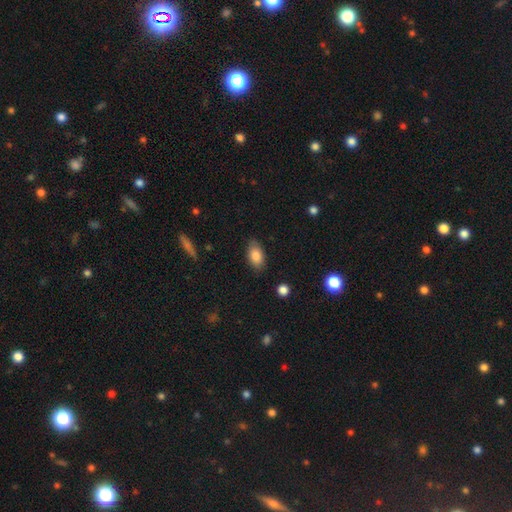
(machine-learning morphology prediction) Q: Smooth or featured?
A: smooth (84%); runner-up: featured or disk (8%)
Q: How rounded?
A: in between (91%); runner-up: round (6%)
Q: Merging?
A: none (83%); runner-up: minor disturbance (13%)